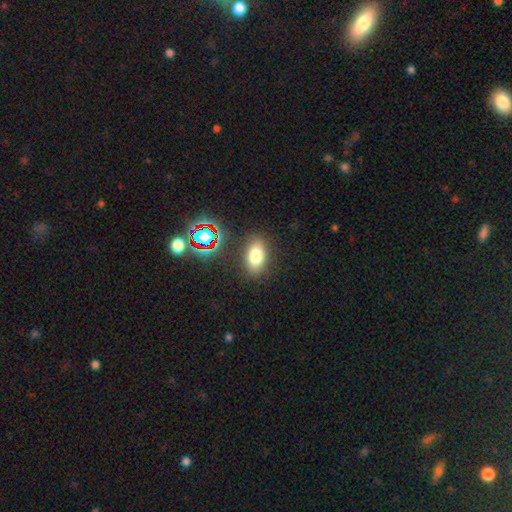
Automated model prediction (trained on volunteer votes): smooth-or-featured: smooth: 73% | star or artifact: 15% | featured or disk: 12%
  how-rounded: in between: 86% | round: 9% | cigar-shaped: 5%
  merging: none: 85% | minor disturbance: 9% | major disturbance: 3% | merger: 2%